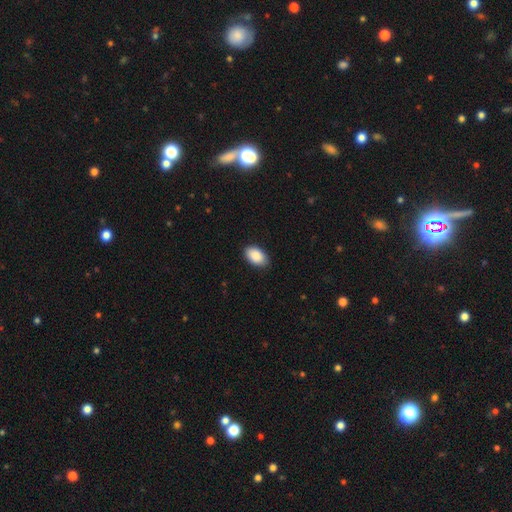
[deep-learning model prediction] This is clearly a smooth galaxy (90%). How rounded: clearly in between (93%). Merging: clearly none (87%).